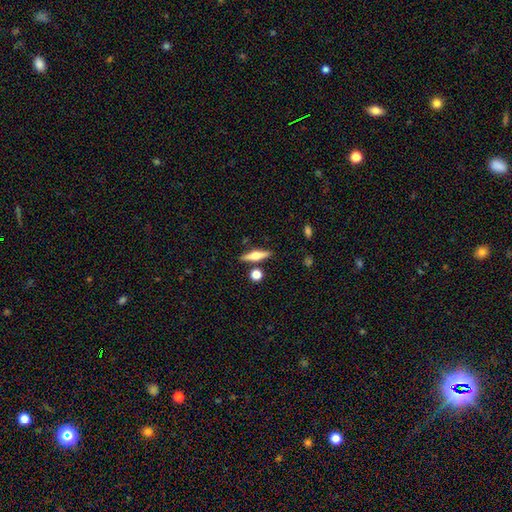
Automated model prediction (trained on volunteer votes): Q: Smooth or featured?
A: featured or disk (55%); runner-up: smooth (38%)
Q: Edge-on disk?
A: yes (95%); runner-up: no (5%)
Q: Edge-on bulge?
A: rounded (94%); runner-up: boxy (4%)
Q: Merging?
A: none (83%); runner-up: minor disturbance (8%)